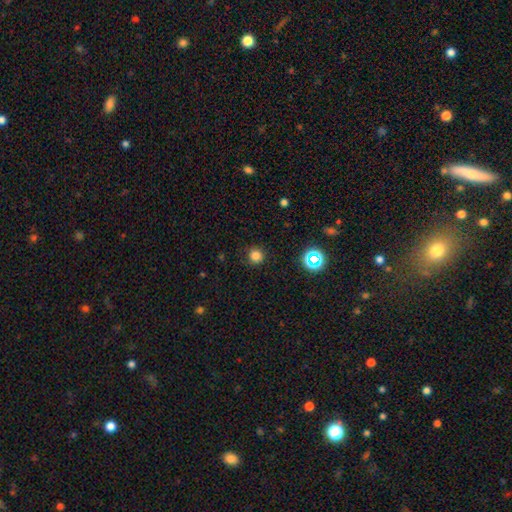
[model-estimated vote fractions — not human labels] A smooth galaxy with no disk features (79%) that is round (94%). Merging: none (87%).